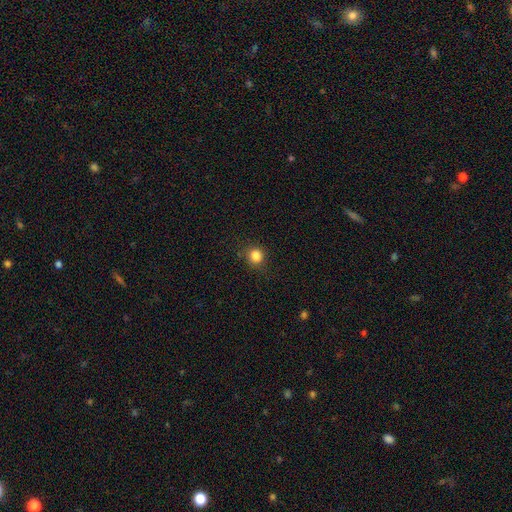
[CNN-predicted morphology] smooth-or-featured: smooth: 84% | star or artifact: 12% | featured or disk: 4%
  how-rounded: round: 89% | in between: 10% | cigar-shaped: 1%
  merging: none: 86% | minor disturbance: 10% | major disturbance: 3% | merger: 1%